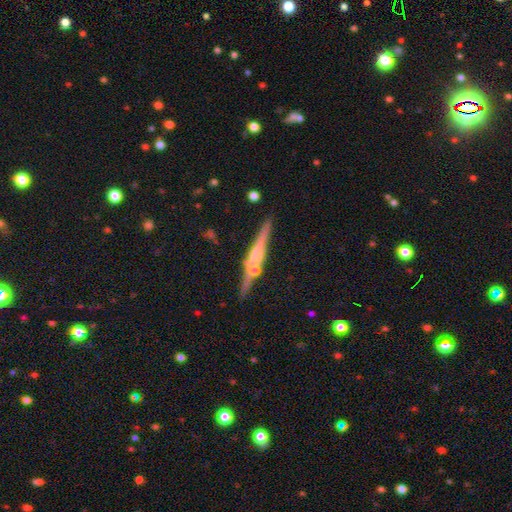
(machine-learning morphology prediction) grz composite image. It shows a featured or disk galaxy (66%) viewed edge-on (96%) with a rounded central bulge (61%). Merging: none (77%).